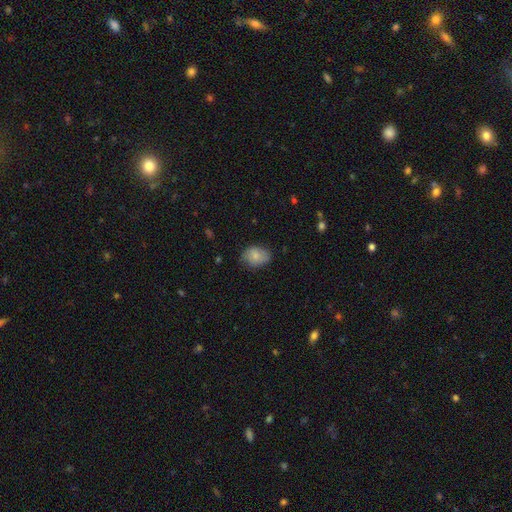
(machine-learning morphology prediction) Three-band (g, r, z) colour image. It shows a smooth galaxy with no disk features (78%) that is in between round and cigar-shaped (73%). Merging: none (70%).